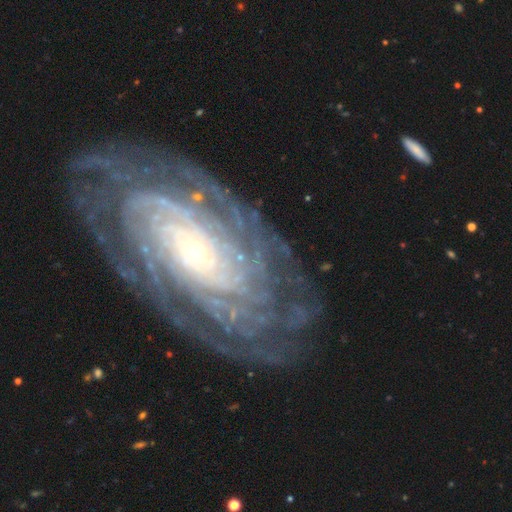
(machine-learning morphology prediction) Smooth or featured?
  - featured or disk: 89% *
  - star or artifact: 6%
  - smooth: 5%
Edge-on disk?
  - no: 95% *
  - yes: 5%
Bar?
  - no: 77% *
  - weak: 15%
  - strong: 9%
Spiral arms?
  - yes: 98% *
  - no: 2%
Spiral winding?
  - tight: 82% *
  - medium: 15%
  - loose: 3%
Spiral arm count?
  - more than 4: 28% *
  - can't tell: 24%
  - 4: 18%
  - 3: 11%
  - 2: 11%
  - 1: 8%
Bulge size?
  - small: 80% *
  - moderate: 14%
  - large: 3%
  - none: 2%
  - dominant: 1%
Merging?
  - none: 80% *
  - minor disturbance: 13%
  - major disturbance: 5%
  - merger: 2%